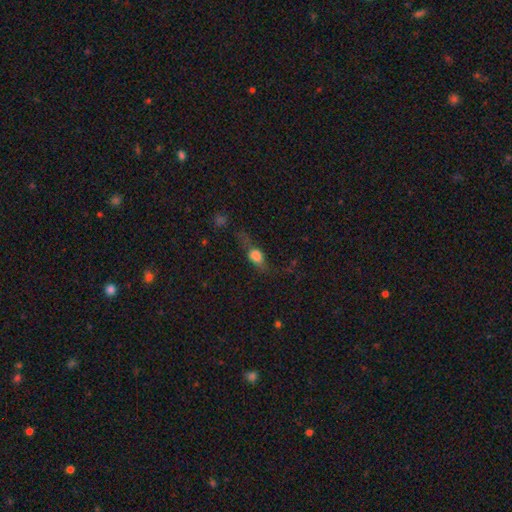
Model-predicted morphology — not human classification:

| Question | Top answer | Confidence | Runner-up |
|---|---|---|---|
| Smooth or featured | smooth | 62% | featured or disk (24%) |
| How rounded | in between | 63% | round (20%) |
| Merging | none | 41% | major disturbance (28%) |